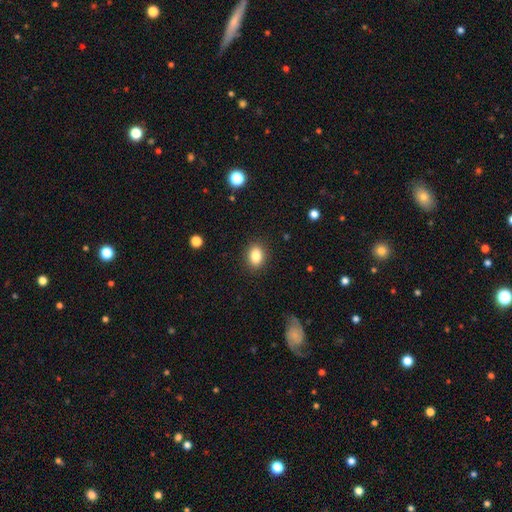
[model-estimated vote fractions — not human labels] Smooth or featured? Predicted: smooth (p=0.85). How rounded? Predicted: in between (p=0.65). Merging? Predicted: none (p=0.89).